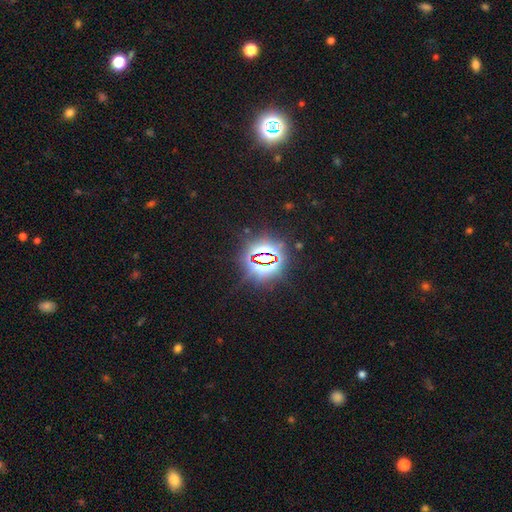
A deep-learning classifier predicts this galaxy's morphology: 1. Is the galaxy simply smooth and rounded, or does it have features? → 83% star or artifact, 11% smooth, 6% featured or disk.